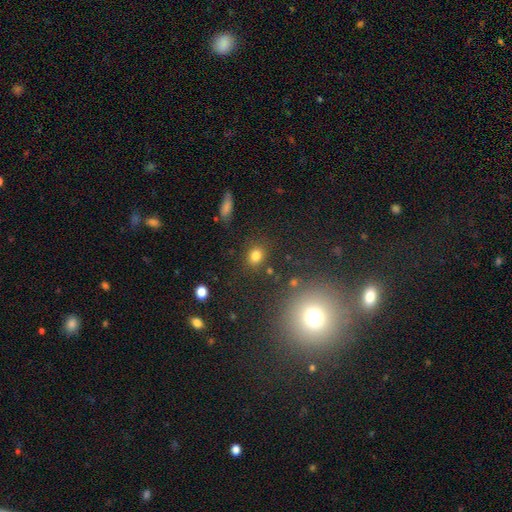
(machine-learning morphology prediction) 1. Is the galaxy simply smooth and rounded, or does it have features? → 80% smooth, 13% star or artifact, 7% featured or disk.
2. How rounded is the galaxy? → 51% round, 48% in between, 1% cigar-shaped.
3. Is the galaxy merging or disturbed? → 83% none, 10% minor disturbance, 4% merger, 3% major disturbance.